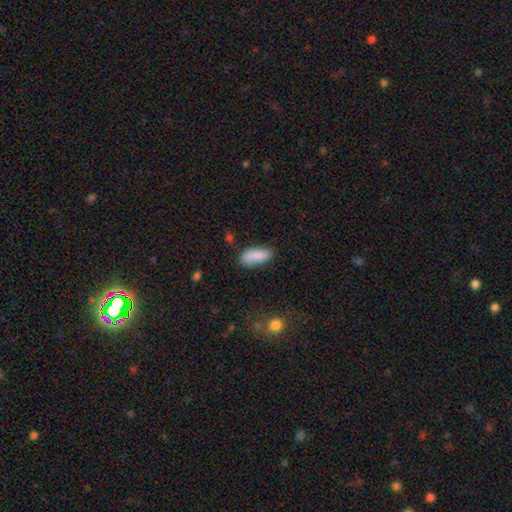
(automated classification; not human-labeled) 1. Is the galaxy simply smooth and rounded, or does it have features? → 84% smooth, 9% featured or disk, 7% star or artifact.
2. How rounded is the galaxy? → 76% in between, 22% cigar-shaped, 2% round.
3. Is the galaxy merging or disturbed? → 75% none, 18% minor disturbance, 4% major disturbance, 3% merger.